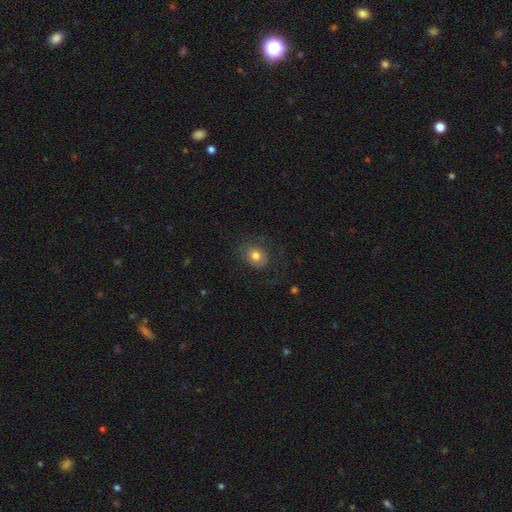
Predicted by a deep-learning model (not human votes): smooth 74%, featured or disk 16%, star or artifact 10%. Down the decision tree: how rounded — round (54%); merging — none (65%).